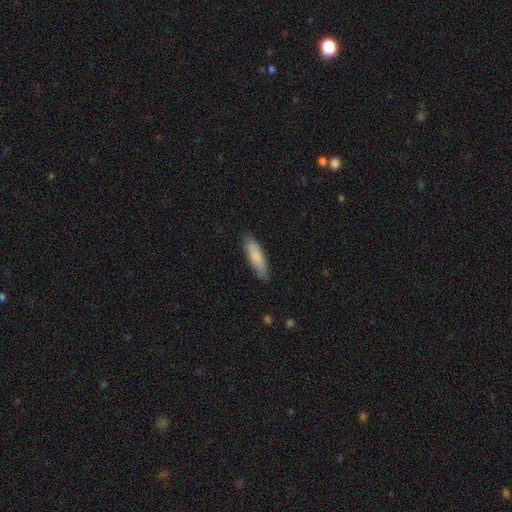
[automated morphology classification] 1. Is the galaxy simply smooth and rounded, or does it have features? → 85% smooth, 9% featured or disk, 5% star or artifact.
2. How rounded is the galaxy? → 64% cigar-shaped, 35% in between, 1% round.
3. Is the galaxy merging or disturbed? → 86% none, 11% minor disturbance, 2% major disturbance, 1% merger.